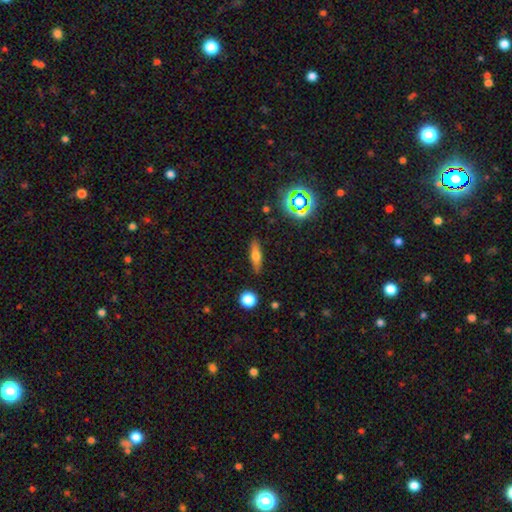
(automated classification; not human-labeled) Smooth or featured?
  - smooth: 55% *
  - featured or disk: 34%
  - star or artifact: 11%
How rounded?
  - cigar-shaped: 57% *
  - in between: 38%
  - round: 5%
Merging?
  - none: 87% *
  - minor disturbance: 9%
  - major disturbance: 2%
  - merger: 2%